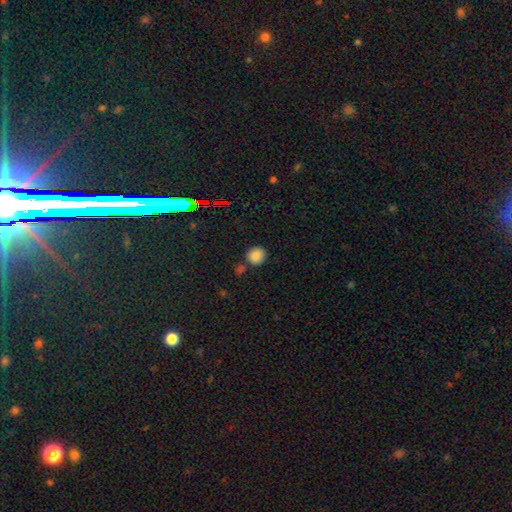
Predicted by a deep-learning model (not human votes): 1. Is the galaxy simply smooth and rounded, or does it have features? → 85% smooth, 11% star or artifact, 4% featured or disk.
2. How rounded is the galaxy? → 86% round, 13% in between, 1% cigar-shaped.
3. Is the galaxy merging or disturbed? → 72% none, 14% merger, 10% minor disturbance, 3% major disturbance.